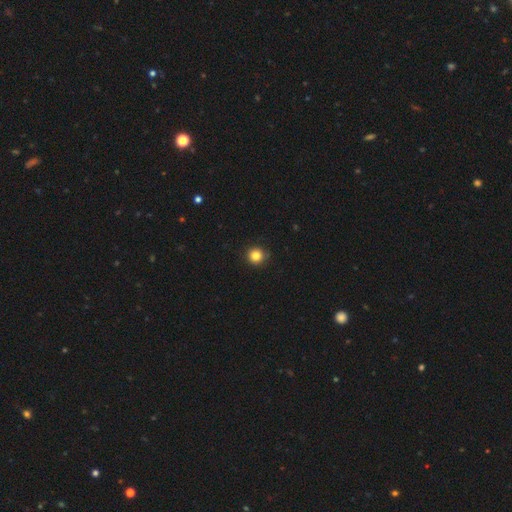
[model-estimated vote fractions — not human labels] This appears to be a smooth galaxy with no disk features (83%) that is round (95%). Merging: none (89%).